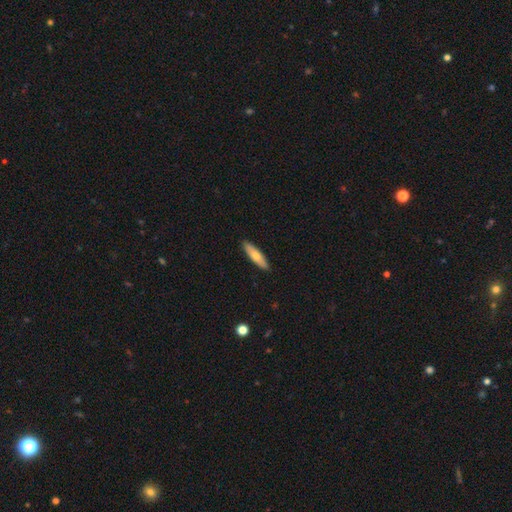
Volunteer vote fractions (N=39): smooth-or-featured: smooth: 77% | featured or disk: 23% | star or artifact: 0%
  how-rounded: cigar-shaped: 60% | in between: 37% | round: 3%
  merging: none: 87% | minor disturbance: 10% | merger: 3% | major disturbance: 0%